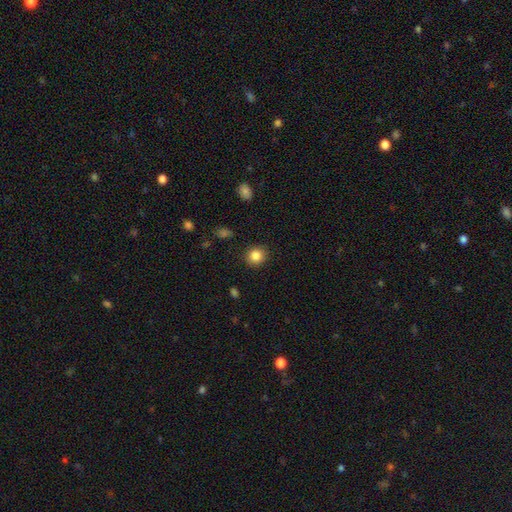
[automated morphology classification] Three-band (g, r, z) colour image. It shows a smooth galaxy with no disk features (84%) that is round (83%). Merging: none (90%).